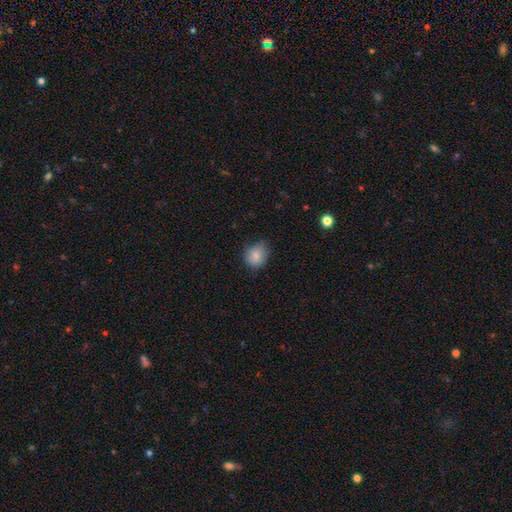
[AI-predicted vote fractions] This appears to be a smooth galaxy with no disk features (84%) that is round (71%). Merging: none (69%).